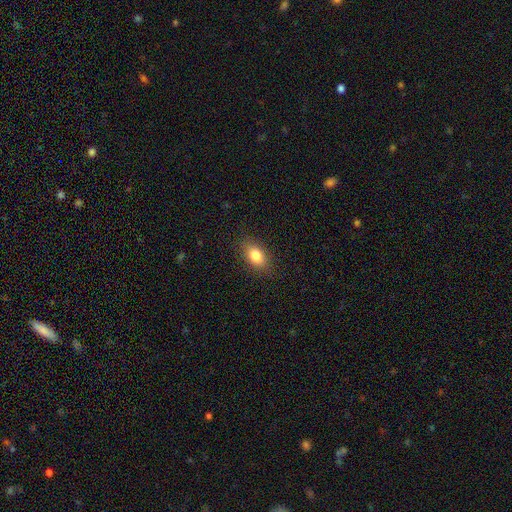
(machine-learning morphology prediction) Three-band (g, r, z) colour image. It shows a smooth galaxy with no disk features (83%) that is in between round and cigar-shaped (85%). Merging: none (86%).